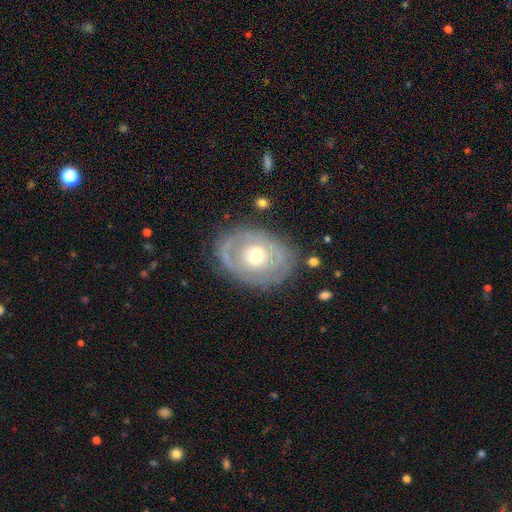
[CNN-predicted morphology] featured or disk 68%, smooth 26%, star or artifact 6%. Down the decision tree: edge-on disk — no (94%); bar — no (77%); spiral arms — yes (50%, tied with no); bulge size — moderate (66%); merging — none (74%).